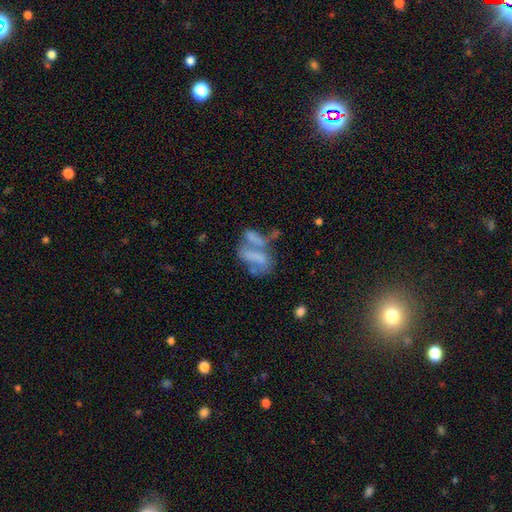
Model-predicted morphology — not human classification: smooth_or_featured: smooth (p=0.44) [tied with: featured or disk p=0.44]
merging: merger (p=0.49) [alt: none p=0.20]